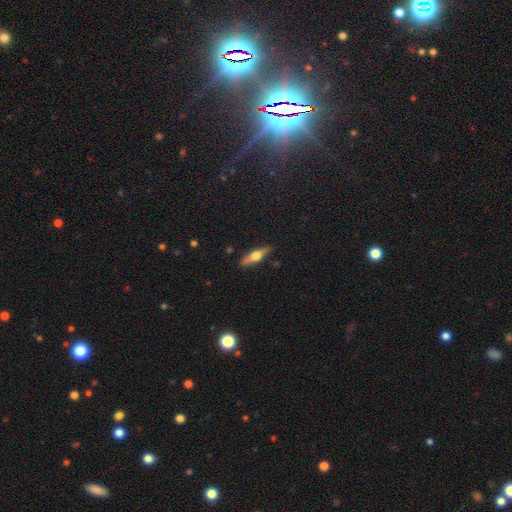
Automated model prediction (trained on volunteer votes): Smooth or featured? featured or disk (63%)
Edge-on disk? yes (96%)
Edge-on bulge? rounded (94%)
Merging? none (87%)